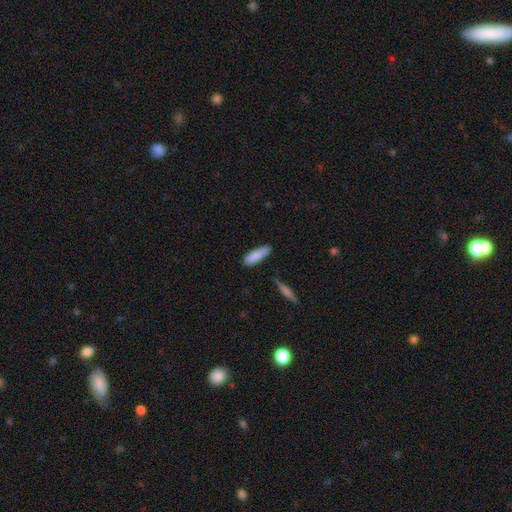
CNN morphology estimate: smooth_or_featured: smooth (p=0.86) [alt: featured or disk p=0.08]
how_rounded: in between (p=0.50) [alt: cigar-shaped p=0.49]
merging: none (p=0.78) [alt: minor disturbance p=0.17]